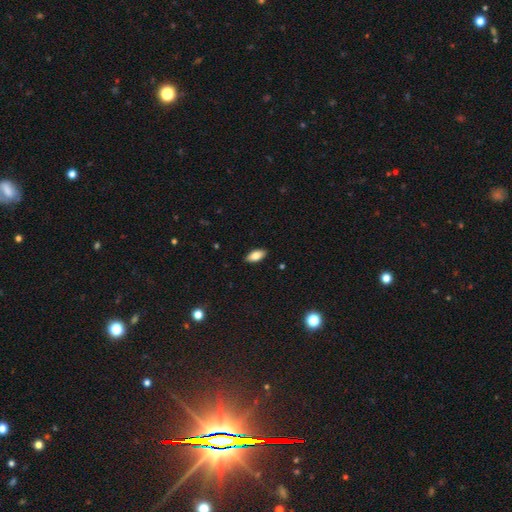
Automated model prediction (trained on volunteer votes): Smooth or featured? Predicted: smooth (p=0.83). How rounded? Predicted: in between (p=0.91). Merging? Predicted: none (p=0.90).